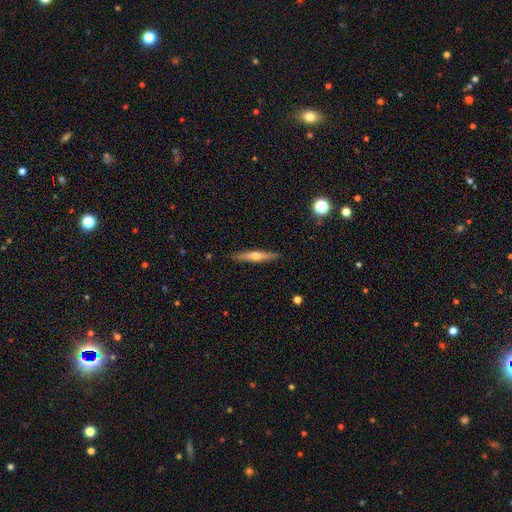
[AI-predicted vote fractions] Morphology: type=featured or disk (52%); edge-on=yes (95%); merging=none (90%).